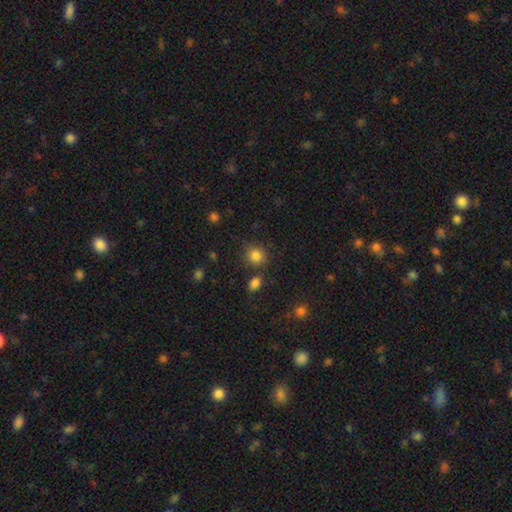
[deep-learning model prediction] Q: Smooth or featured?
A: smooth (84%); runner-up: star or artifact (11%)
Q: How rounded?
A: round (83%); runner-up: in between (16%)
Q: Merging?
A: none (78%); runner-up: minor disturbance (11%)